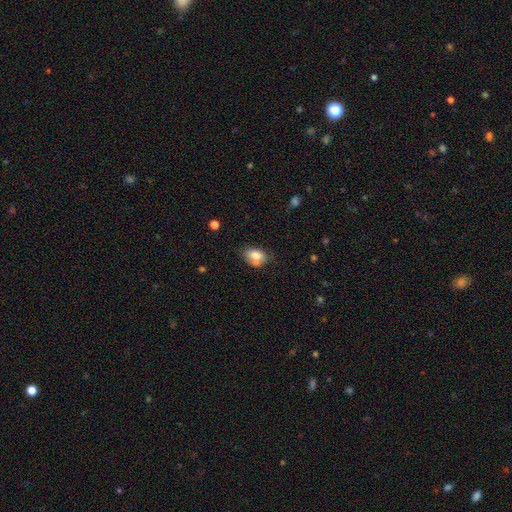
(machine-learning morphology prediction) smooth_or_featured: smooth (p=0.77) [alt: featured or disk p=0.14]
how_rounded: in between (p=0.83) [alt: round p=0.16]
merging: none (p=0.50) [alt: minor disturbance p=0.31]